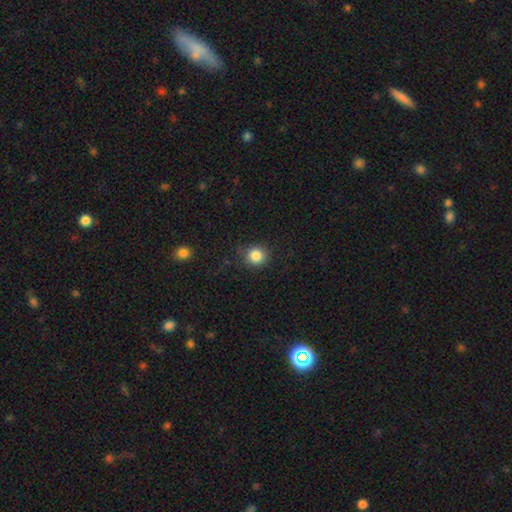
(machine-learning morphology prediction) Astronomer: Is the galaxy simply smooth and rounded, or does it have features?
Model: smooth — 86%.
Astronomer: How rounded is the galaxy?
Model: round — 90%.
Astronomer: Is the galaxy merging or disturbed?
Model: none — 85%.